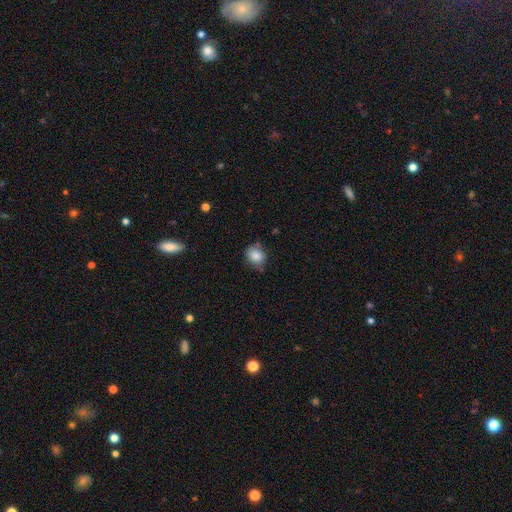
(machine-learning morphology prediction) Smooth or featured?
  - smooth: 82% *
  - featured or disk: 9%
  - star or artifact: 9%
How rounded?
  - round: 54% *
  - in between: 45%
  - cigar-shaped: 1%
Merging?
  - none: 63% *
  - minor disturbance: 27%
  - major disturbance: 6%
  - merger: 4%